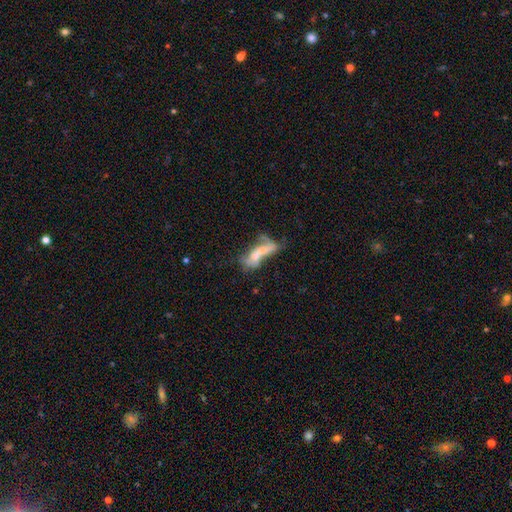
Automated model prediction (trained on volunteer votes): Smooth or featured?
  - featured or disk: 51% *
  - smooth: 37%
  - star or artifact: 12%
Edge-on disk?
  - no: 78% *
  - yes: 22%
Merging?
  - major disturbance: 30% *
  - merger: 29%
  - none: 25%
  - minor disturbance: 17%